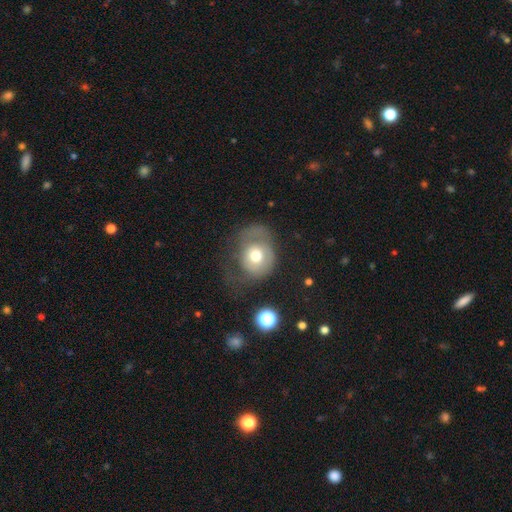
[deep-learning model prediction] Q: Smooth or featured?
A: smooth (60%); runner-up: featured or disk (31%)
Q: How rounded?
A: round (66%); runner-up: in between (33%)
Q: Merging?
A: major disturbance (44%); runner-up: none (29%)